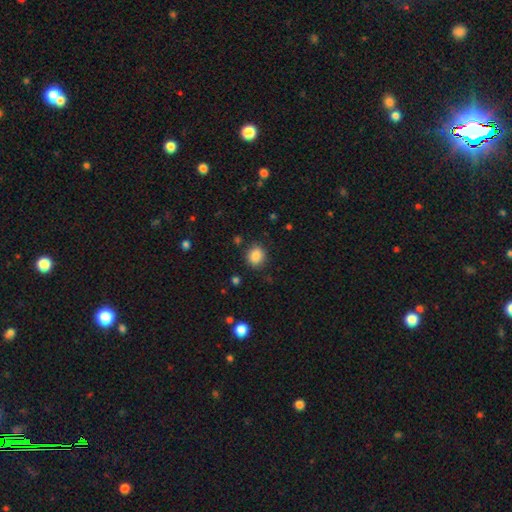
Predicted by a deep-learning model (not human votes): Smooth or featured?
  - smooth: 86% *
  - star or artifact: 10%
  - featured or disk: 5%
How rounded?
  - round: 78% *
  - in between: 21%
  - cigar-shaped: 1%
Merging?
  - none: 87% *
  - minor disturbance: 9%
  - major disturbance: 3%
  - merger: 2%